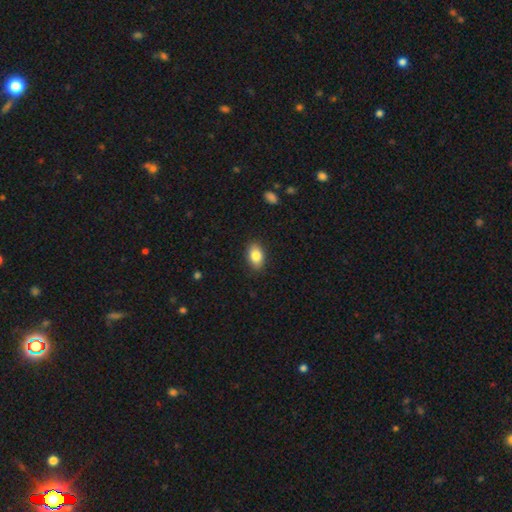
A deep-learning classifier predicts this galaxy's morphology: Smooth or featured? smooth (84%)
How rounded? in between (87%)
Merging? none (88%)